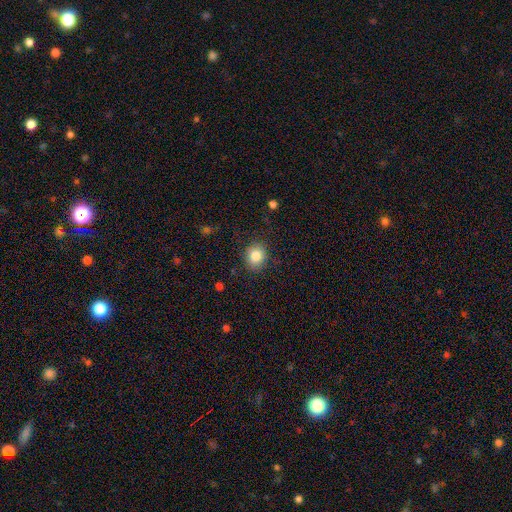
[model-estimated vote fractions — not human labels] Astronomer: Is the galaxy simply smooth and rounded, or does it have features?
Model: smooth — 84%.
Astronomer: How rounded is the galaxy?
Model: round — 59% (runner-up: in between, 40%).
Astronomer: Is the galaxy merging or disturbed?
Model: none — 84%.